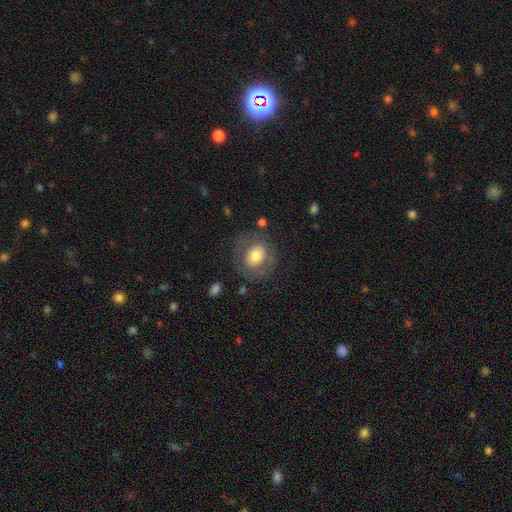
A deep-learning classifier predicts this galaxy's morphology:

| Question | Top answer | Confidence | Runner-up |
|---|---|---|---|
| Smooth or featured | smooth | 64% | featured or disk (28%) |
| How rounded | round | 66% | in between (33%) |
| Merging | none | 73% | minor disturbance (15%) |